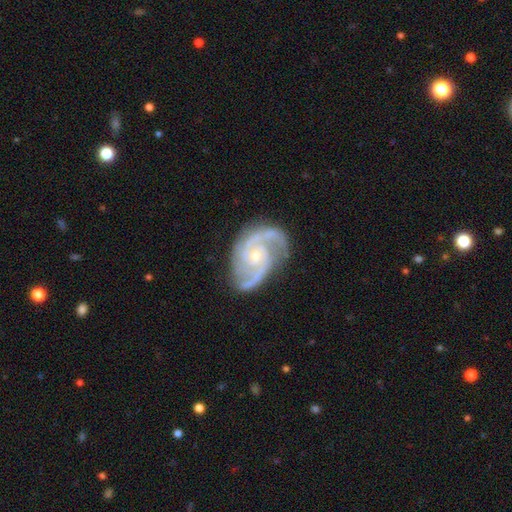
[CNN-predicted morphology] Smooth or featured: featured or disk — 92% (star or artifact — 5%)
Edge-on disk: no — 98% (yes — 2%)
Bar: no — 66% (weak — 28%)
Spiral arms: yes — 98% (no — 2%)
Spiral winding: medium — 55% (tight — 35%)
Spiral arm count: 2 — 61% (3 — 26%)
Bulge size: small — 65% (moderate — 32%)
Merging: none — 74% (minor disturbance — 19%)